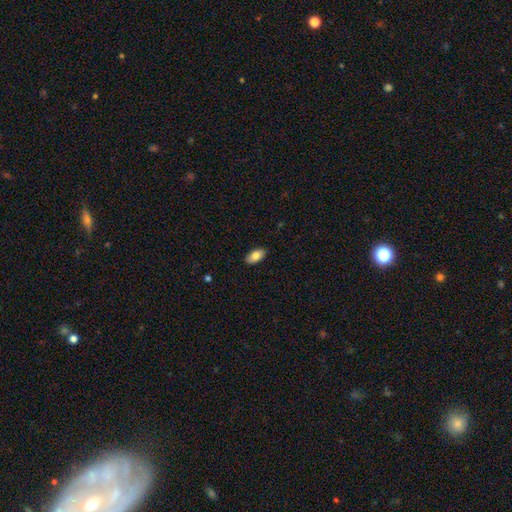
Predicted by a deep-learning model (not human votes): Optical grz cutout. It shows a smooth galaxy with no disk features (80%) that is in between round and cigar-shaped (93%). Merging: none (89%).